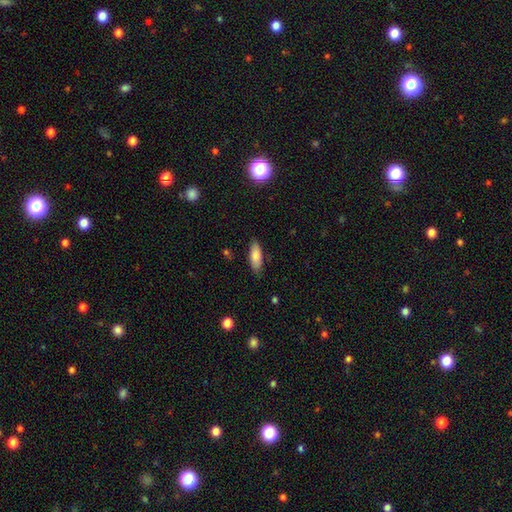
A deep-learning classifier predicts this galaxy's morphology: The model was most divided on "how rounded": in between: 72%, cigar-shaped: 26%, round: 2%. More confident: merging — none (82%); smooth or featured — smooth (80%).